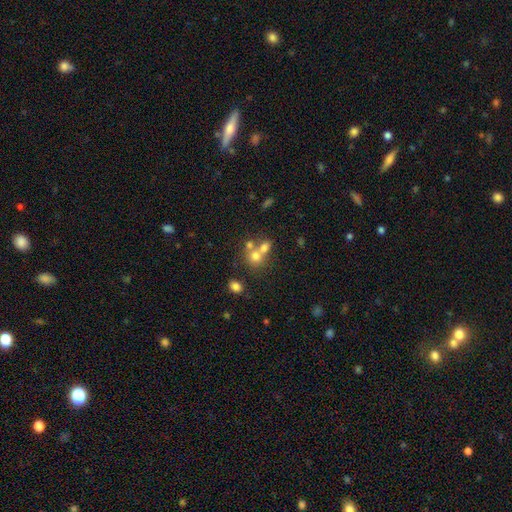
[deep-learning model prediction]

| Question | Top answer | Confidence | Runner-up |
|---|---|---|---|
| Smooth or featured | smooth | 68% | featured or disk (17%) |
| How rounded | round | 73% | in between (26%) |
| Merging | merger | 54% | none (35%) |